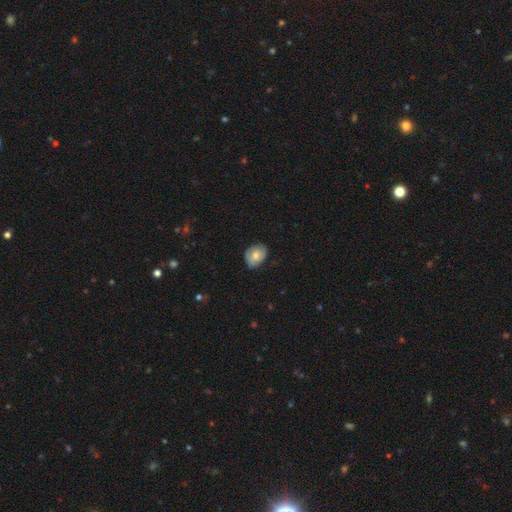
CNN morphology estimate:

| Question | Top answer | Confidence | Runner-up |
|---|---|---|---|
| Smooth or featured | smooth | 67% | featured or disk (25%) |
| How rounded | in between | 58% | round (41%) |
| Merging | none | 75% | minor disturbance (21%) |